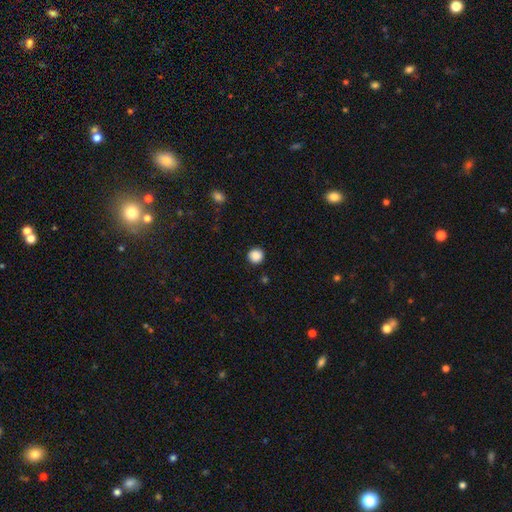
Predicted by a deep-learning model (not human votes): A smooth galaxy with no disk features (88%) that is round (95%).

Vote fractions:
- Smooth or featured? smooth: 88% / star or artifact: 10% / featured or disk: 3%
- How rounded? round: 95% / in between: 4% / cigar-shaped: 1%
- Merging? none: 92% / minor disturbance: 5% / major disturbance: 2% / merger: 1%